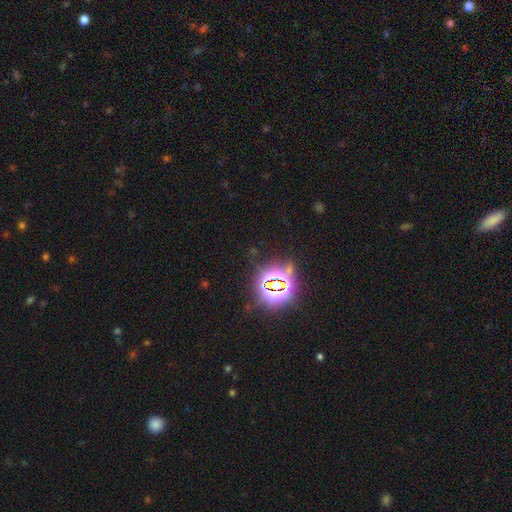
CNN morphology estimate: Smooth or featured? Predicted: star or artifact (p=0.81).